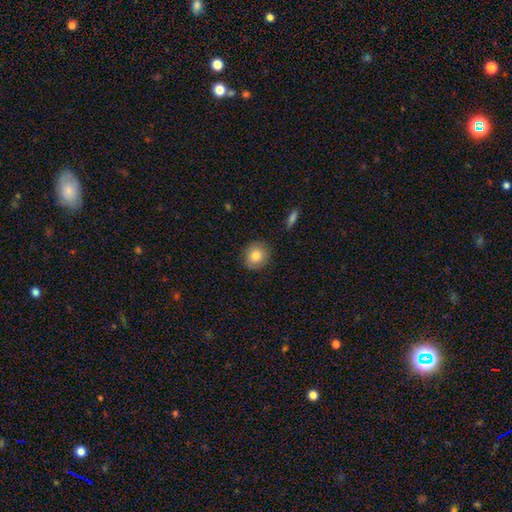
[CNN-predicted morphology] This is clearly a smooth galaxy (81%). How rounded: likely round (78%). Merging: clearly none (85%).